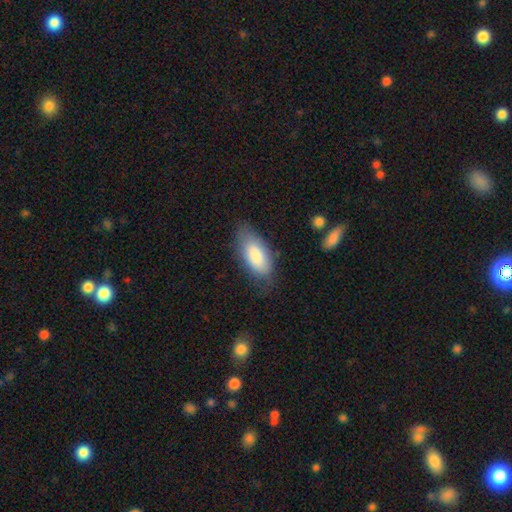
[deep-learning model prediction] smooth 82%, featured or disk 12%, star or artifact 6%. Down the decision tree: how rounded — in between (87%); merging — none (71%).